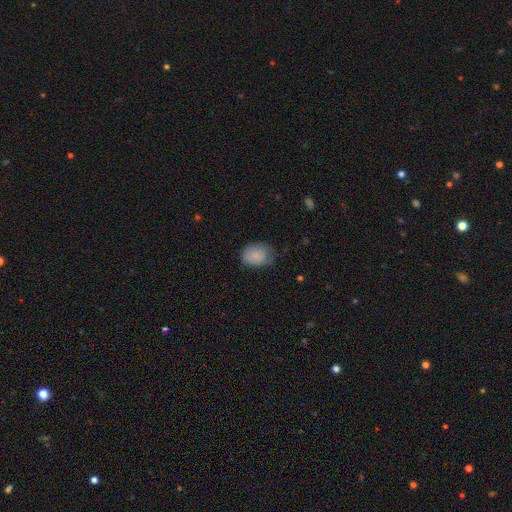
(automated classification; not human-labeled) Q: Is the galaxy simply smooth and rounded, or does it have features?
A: smooth — 83%.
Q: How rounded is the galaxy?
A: in between — 70%.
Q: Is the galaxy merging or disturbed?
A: none — 55%.